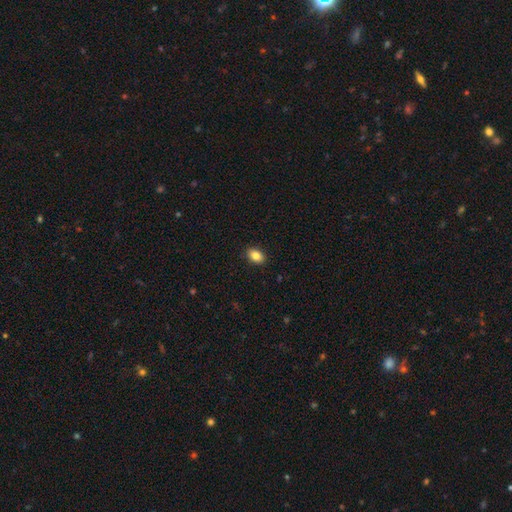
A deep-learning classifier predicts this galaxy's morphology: Overall: smooth (85%). How rounded: in between (84%). Merging: none (90%).